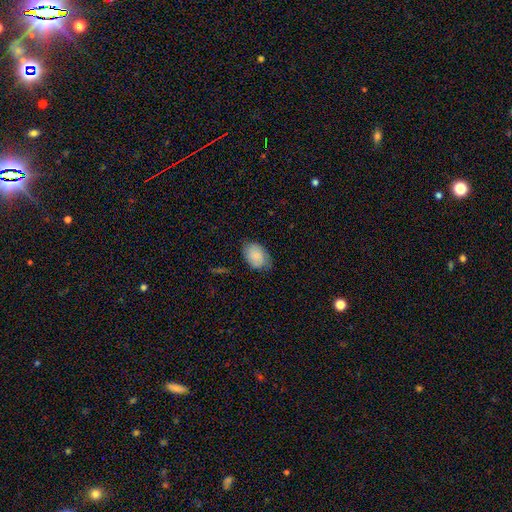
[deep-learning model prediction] Smooth or featured? smooth (80%)
How rounded? in between (86%)
Merging? none (70%)